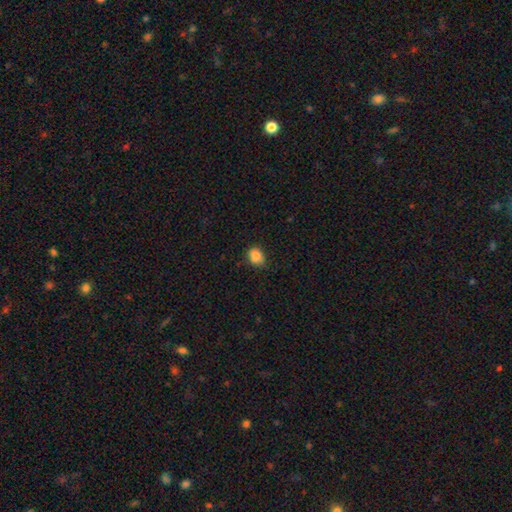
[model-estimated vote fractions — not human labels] A smooth galaxy with no disk features (86%) that is in between round and cigar-shaped (58%).

Vote fractions:
- Smooth or featured? smooth: 86% / star or artifact: 10% / featured or disk: 4%
- How rounded? in between: 58% / round: 41% / cigar-shaped: 1%
- Merging? none: 76% / minor disturbance: 19% / major disturbance: 3% / merger: 1%